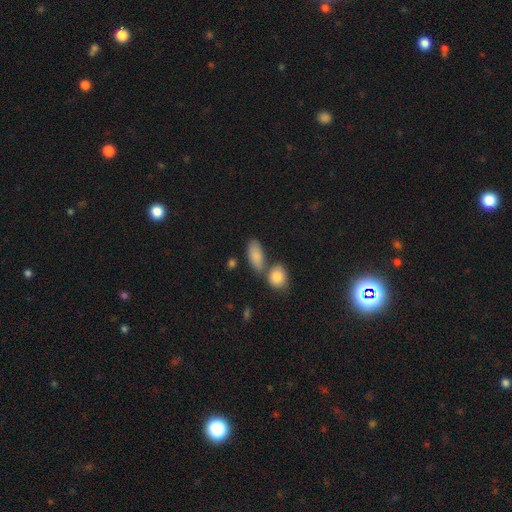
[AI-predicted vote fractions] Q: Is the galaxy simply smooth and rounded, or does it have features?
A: smooth — 85%.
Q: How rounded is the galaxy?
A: in between — 88%.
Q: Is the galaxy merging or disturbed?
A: none — 54%.